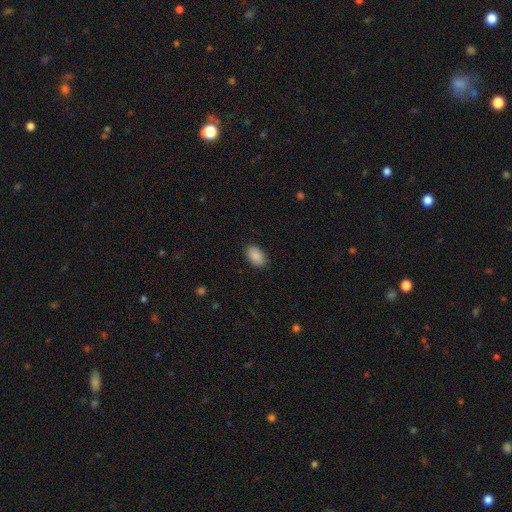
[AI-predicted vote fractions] Smooth or featured?
  - smooth: 89% *
  - star or artifact: 7%
  - featured or disk: 4%
How rounded?
  - in between: 93% *
  - round: 6%
  - cigar-shaped: 1%
Merging?
  - none: 89% *
  - minor disturbance: 8%
  - major disturbance: 2%
  - merger: 1%